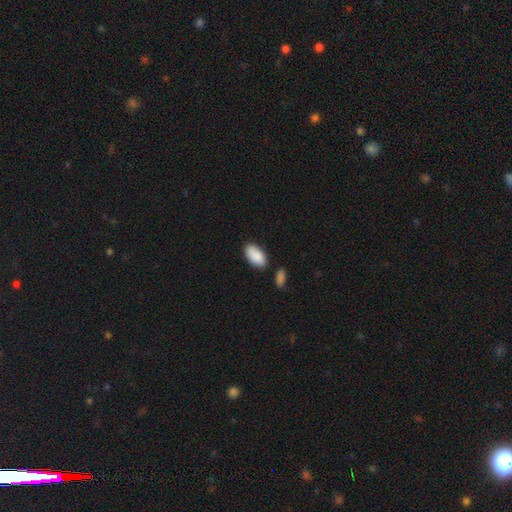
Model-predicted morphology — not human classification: smooth 89%, star or artifact 6%, featured or disk 5%. Down the decision tree: how rounded — in between (95%); merging — none (74%).